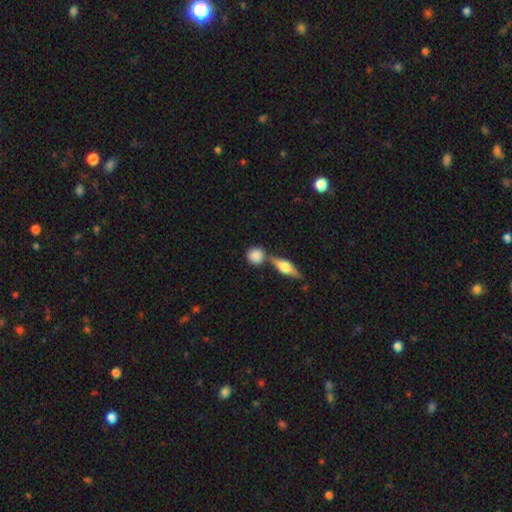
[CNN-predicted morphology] Smooth or featured: smooth — 81% (featured or disk — 11%)
How rounded: round — 81% (in between — 15%)
Merging: none — 60% (merger — 24%)